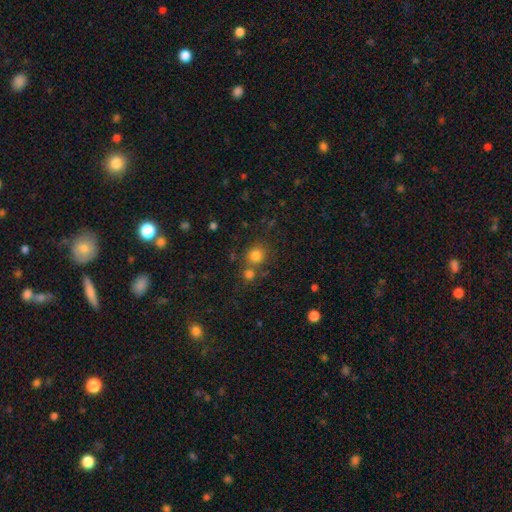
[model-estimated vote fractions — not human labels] A smooth galaxy with no disk features (79%) that is round (89%).

Vote fractions:
- Smooth or featured? smooth: 79% / star or artifact: 14% / featured or disk: 7%
- How rounded? round: 89% / in between: 10% / cigar-shaped: 1%
- Merging? none: 65% / merger: 23% / minor disturbance: 8% / major disturbance: 4%